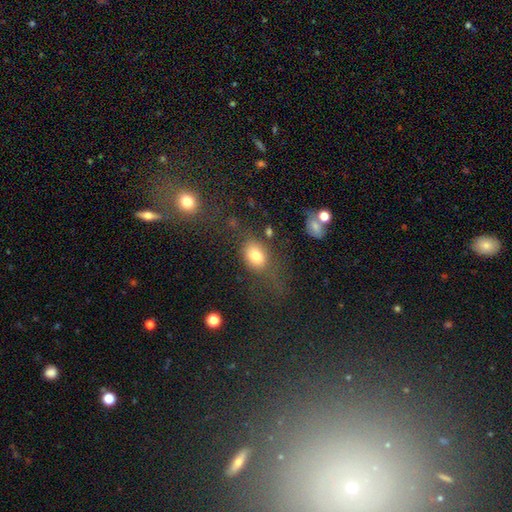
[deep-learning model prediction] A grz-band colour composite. It shows a smooth galaxy with no disk features (78%) that is in between round and cigar-shaped (67%). Merging: none (55%).